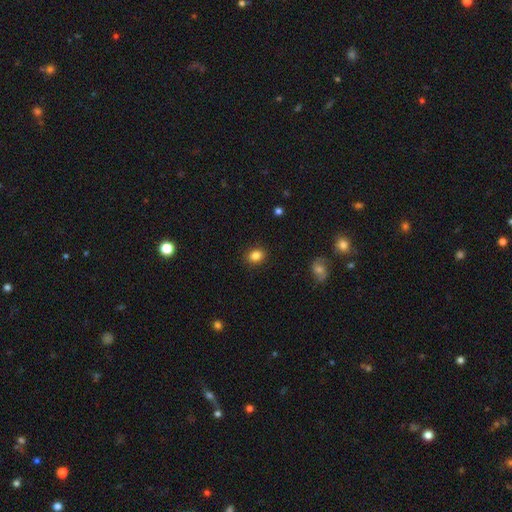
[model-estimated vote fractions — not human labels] Smooth or featured: smooth — 85% (star or artifact — 10%)
How rounded: round — 51% (in between — 48%)
Merging: none — 89% (minor disturbance — 8%)